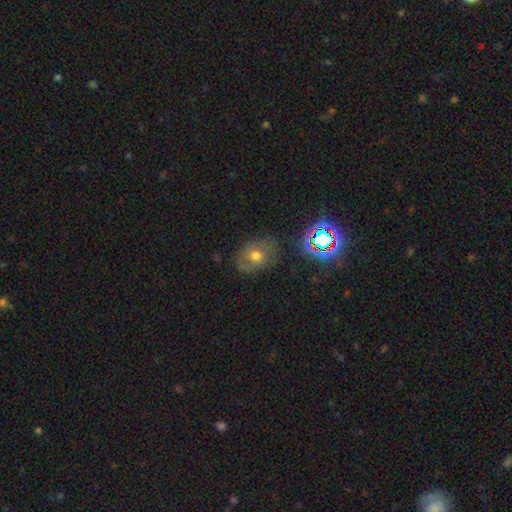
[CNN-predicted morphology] Smooth or featured? smooth (58%)
How rounded? round (51%)
Merging? none (75%)